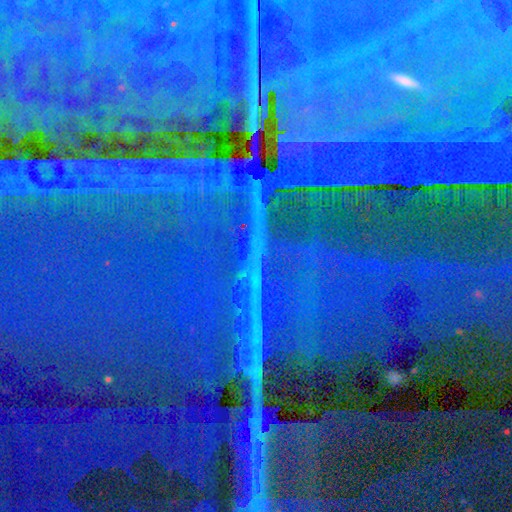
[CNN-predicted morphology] Smooth or featured? star or artifact (89%)